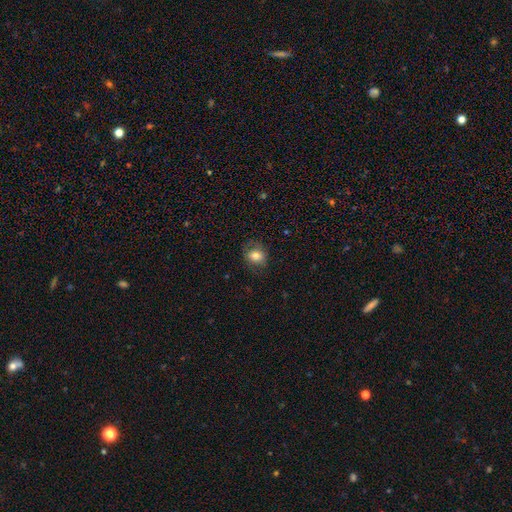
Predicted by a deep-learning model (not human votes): Overall: smooth (77%). How rounded: round (61%; in between 38%). Merging: none (76%).